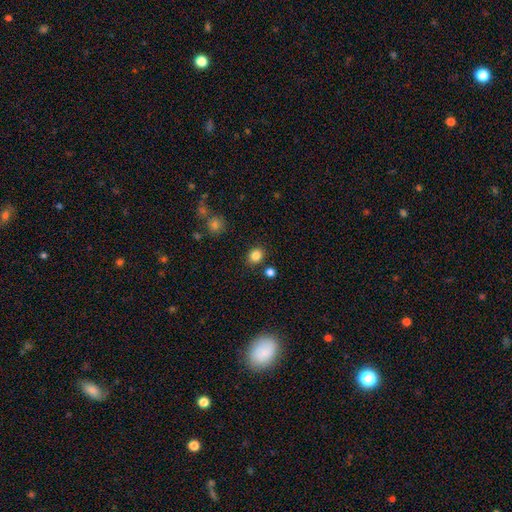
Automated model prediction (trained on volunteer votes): Q: Smooth or featured?
A: smooth (84%); runner-up: star or artifact (11%)
Q: How rounded?
A: round (68%); runner-up: in between (32%)
Q: Merging?
A: none (84%); runner-up: minor disturbance (9%)